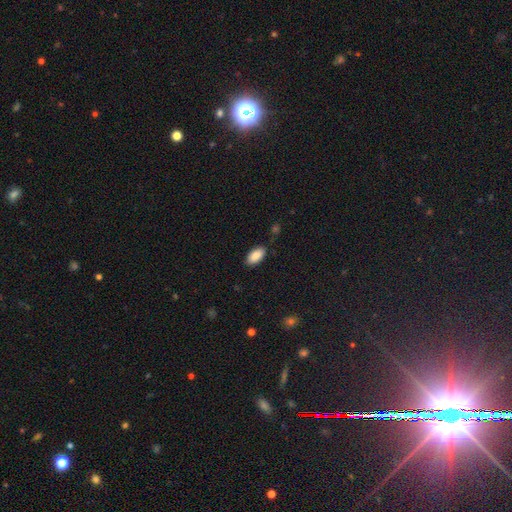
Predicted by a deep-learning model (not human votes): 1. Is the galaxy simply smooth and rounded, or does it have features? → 89% smooth, 7% star or artifact, 5% featured or disk.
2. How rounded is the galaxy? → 93% in between, 4% cigar-shaped, 2% round.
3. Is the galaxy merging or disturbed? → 84% none, 12% minor disturbance, 2% major disturbance, 2% merger.